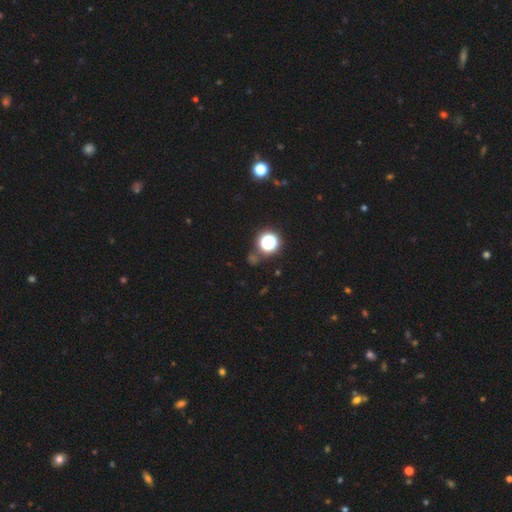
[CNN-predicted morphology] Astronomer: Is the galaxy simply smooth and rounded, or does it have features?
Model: star or artifact — 71%.